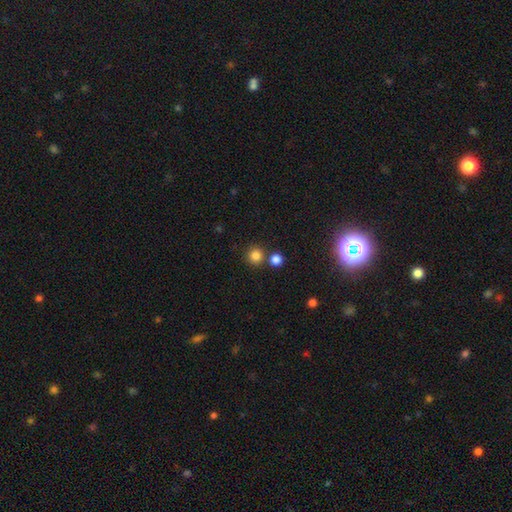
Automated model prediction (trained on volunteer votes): Morphology: type=smooth (83%); roundness=round (94%); merging=none (75%).